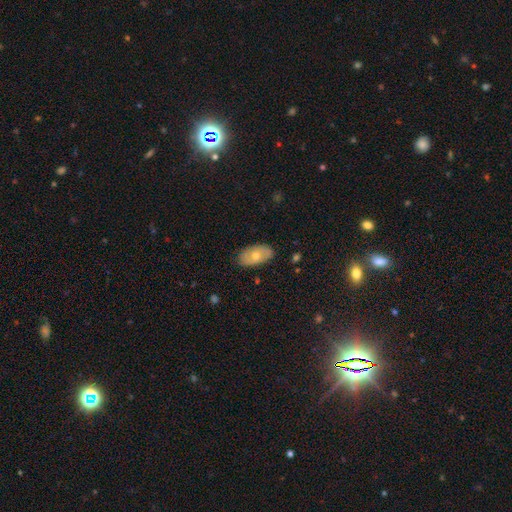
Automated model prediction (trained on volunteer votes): smooth 57%, featured or disk 37%, star or artifact 6%. Down the decision tree: how rounded — in between (93%); merging — none (83%).